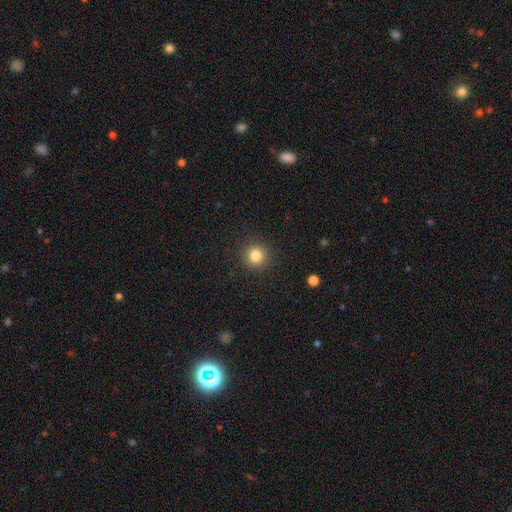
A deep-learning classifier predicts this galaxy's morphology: Smooth or featured: smooth — 82% (star or artifact — 12%)
How rounded: round — 93% (in between — 6%)
Merging: none — 91% (minor disturbance — 6%)